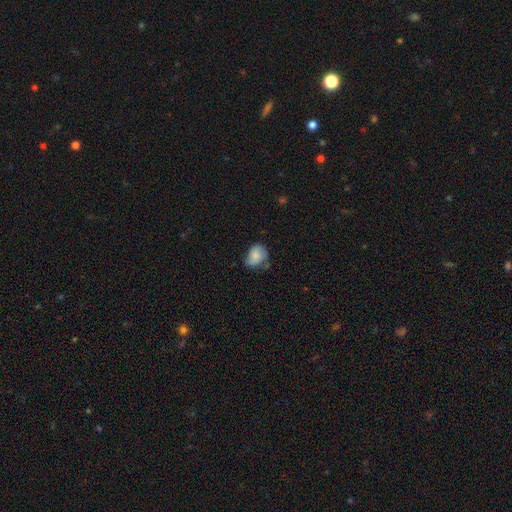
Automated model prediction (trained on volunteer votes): This is likely a smooth galaxy (68%). How rounded: possibly in between (58%). Merging: marginally none (44%).